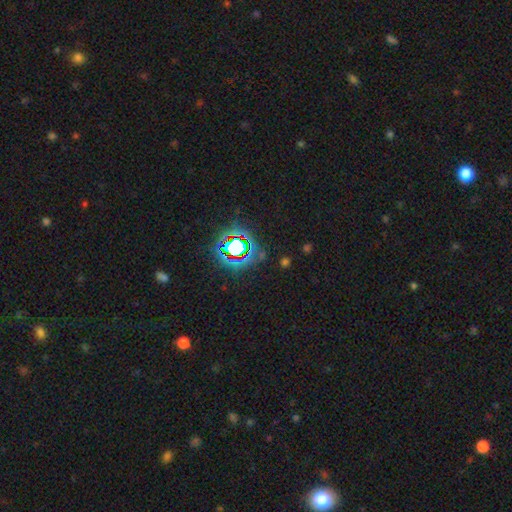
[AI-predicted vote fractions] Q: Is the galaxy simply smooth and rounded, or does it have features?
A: star or artifact — 79%.